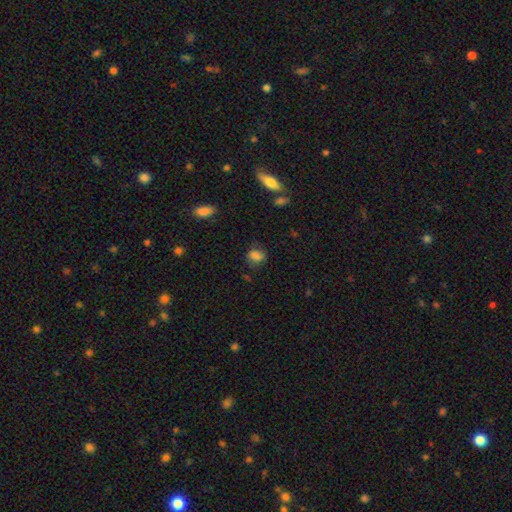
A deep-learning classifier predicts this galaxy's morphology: Smooth or featured?
  - smooth: 81% *
  - star or artifact: 11%
  - featured or disk: 9%
How rounded?
  - in between: 52% *
  - round: 47%
  - cigar-shaped: 2%
Merging?
  - none: 69% *
  - minor disturbance: 21%
  - major disturbance: 7%
  - merger: 3%